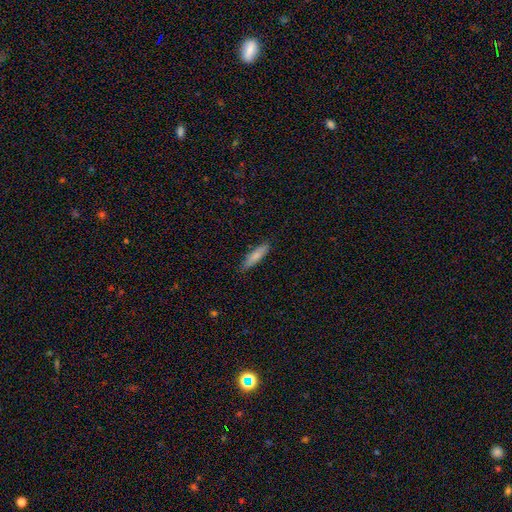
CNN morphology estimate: A smooth galaxy with no disk features (80%) that is cigar-shaped (74%).

Vote fractions:
- Smooth or featured? smooth: 80% / featured or disk: 14% / star or artifact: 6%
- How rounded? cigar-shaped: 74% / in between: 24% / round: 1%
- Merging? none: 85% / minor disturbance: 12% / major disturbance: 2% / merger: 1%